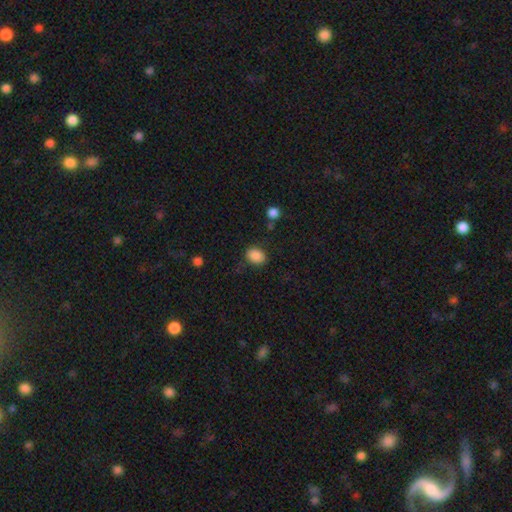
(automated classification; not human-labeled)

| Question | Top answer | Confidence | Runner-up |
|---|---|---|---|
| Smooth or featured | smooth | 87% | star or artifact (9%) |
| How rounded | in between | 66% | round (33%) |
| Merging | none | 81% | minor disturbance (13%) |